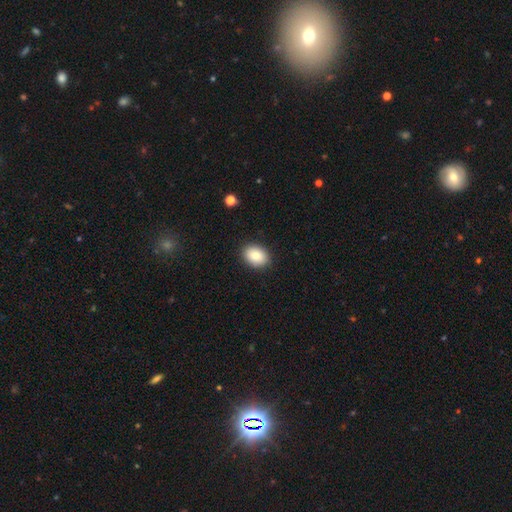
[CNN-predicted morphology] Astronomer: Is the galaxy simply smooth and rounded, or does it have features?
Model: smooth — 86%.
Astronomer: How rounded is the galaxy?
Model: in between — 72%.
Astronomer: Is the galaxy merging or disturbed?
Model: none — 89%.